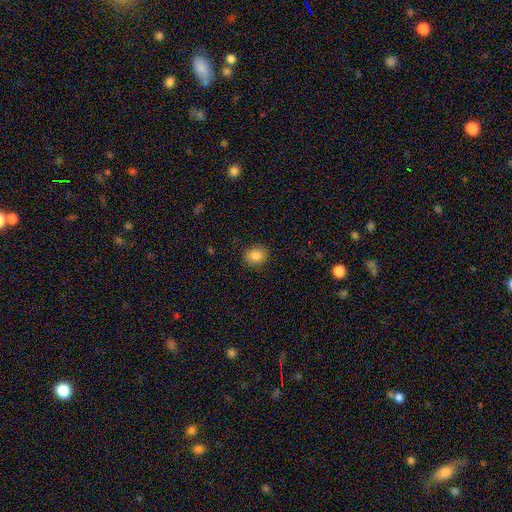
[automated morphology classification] smooth-or-featured: smooth: 85% | star or artifact: 10% | featured or disk: 5%
  how-rounded: round: 62% | in between: 37% | cigar-shaped: 1%
  merging: none: 89% | minor disturbance: 8% | major disturbance: 2% | merger: 1%